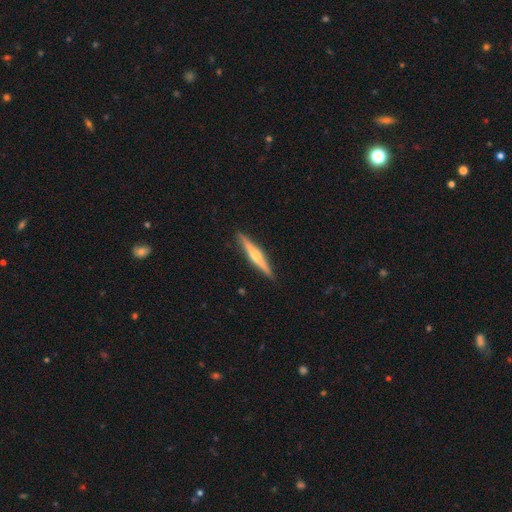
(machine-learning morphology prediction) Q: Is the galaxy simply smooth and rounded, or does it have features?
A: featured or disk — 71%.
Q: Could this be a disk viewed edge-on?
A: yes — 98%.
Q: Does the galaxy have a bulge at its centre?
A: rounded — 90%.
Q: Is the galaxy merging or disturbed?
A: none — 92%.